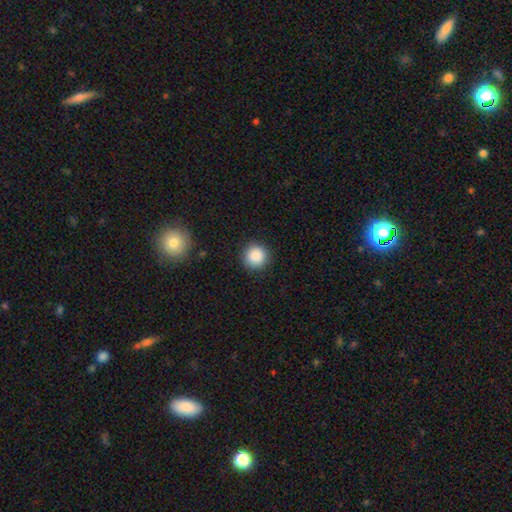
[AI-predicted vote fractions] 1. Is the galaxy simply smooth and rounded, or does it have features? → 87% smooth, 9% star or artifact, 3% featured or disk.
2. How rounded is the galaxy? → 95% round, 4% in between, 1% cigar-shaped.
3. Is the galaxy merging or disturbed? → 91% none, 6% minor disturbance, 2% major disturbance, 1% merger.